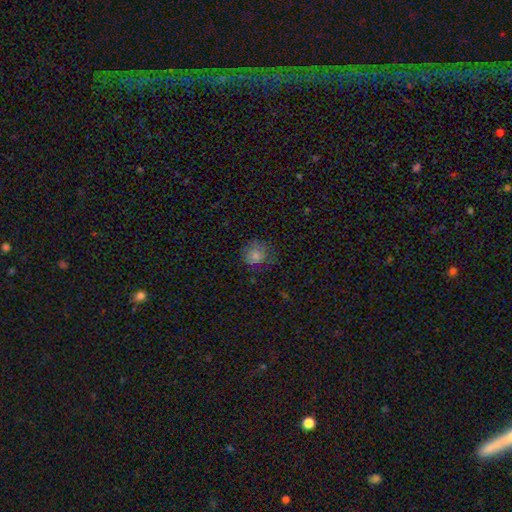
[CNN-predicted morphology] type=smooth (74%); roundness=round (88%); merging=none (75%).